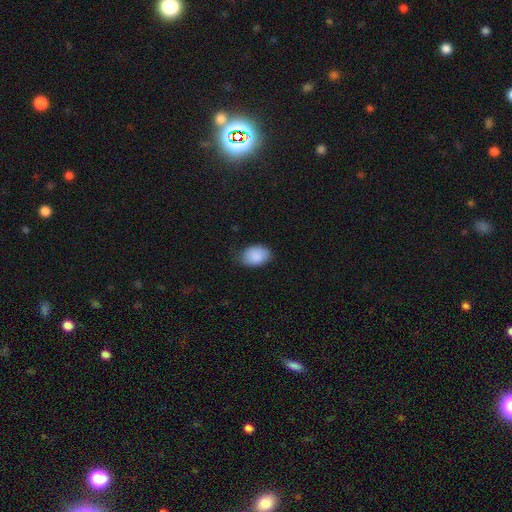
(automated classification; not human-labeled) Morphology: type=smooth (89%); roundness=in between (87%); merging=none (72%).